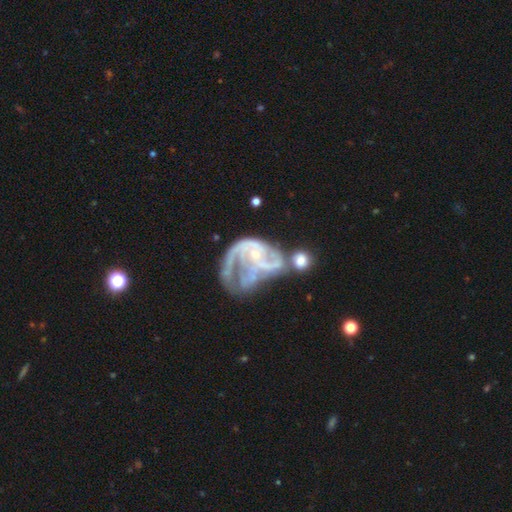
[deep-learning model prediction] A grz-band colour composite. It shows a featured or disk galaxy (83%) with no bar (69%), 2 (28%) medium (43%) spiral arms (84%) and a small central bulge (71%). Merging: major disturbance (39%).